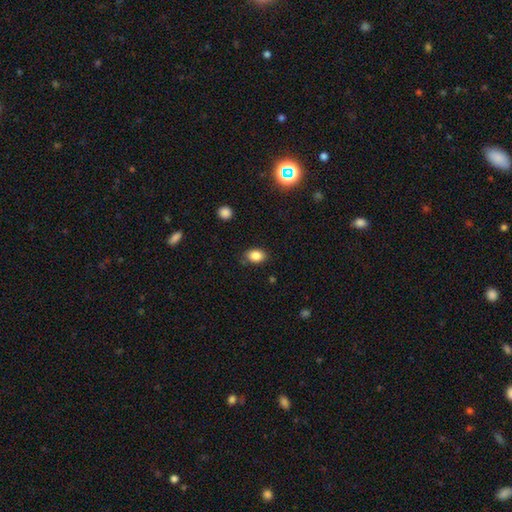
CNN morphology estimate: smooth 85%, star or artifact 9%, featured or disk 5%. Down the decision tree: how rounded — in between (74%); merging — none (80%).